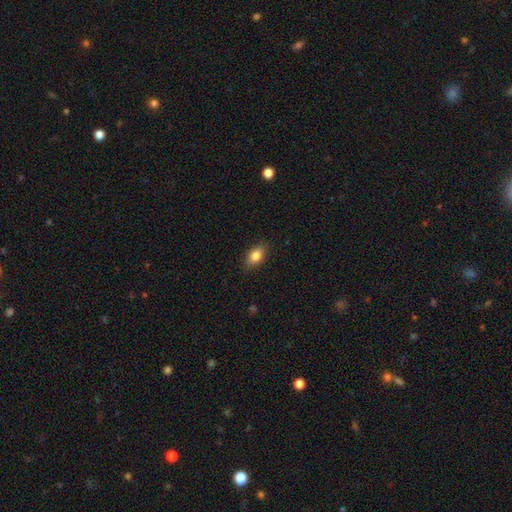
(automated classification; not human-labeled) Smooth or featured: smooth — 83% (featured or disk — 9%)
How rounded: in between — 86% (round — 11%)
Merging: none — 86% (minor disturbance — 11%)